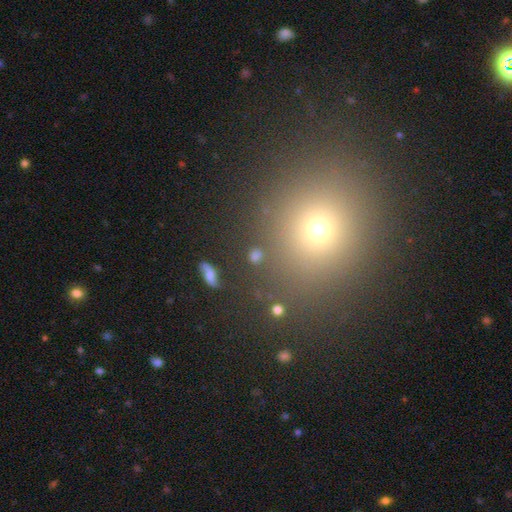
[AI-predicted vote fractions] This is likely a smooth galaxy (72%). How rounded: likely round (79%). Merging: clearly none (81%).